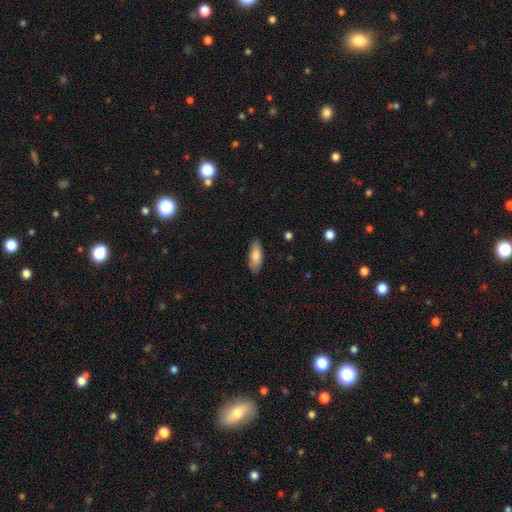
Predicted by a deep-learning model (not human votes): Morphology: type=smooth (81%); roundness=in between (73%); merging=none (81%).